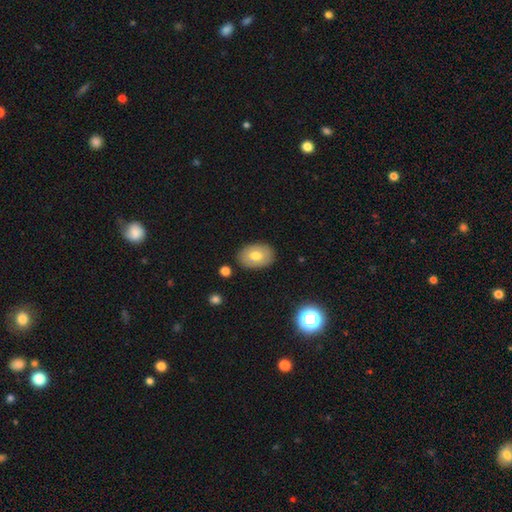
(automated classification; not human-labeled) This appears to be a smooth galaxy with no disk features (71%) that is in between round and cigar-shaped (83%). Merging: none (87%).